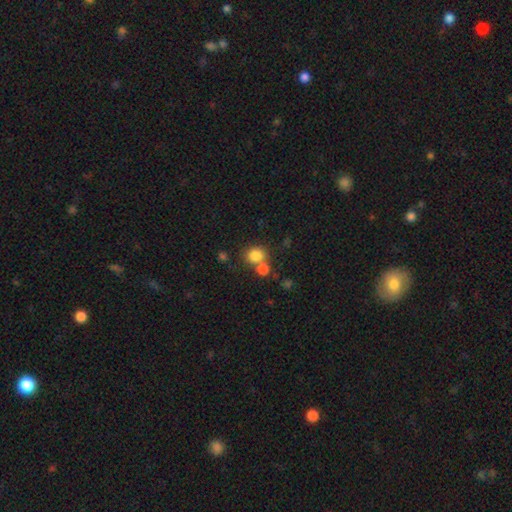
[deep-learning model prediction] This appears to be a smooth galaxy with no disk features (81%) that is round (74%). Merging: none (57%).